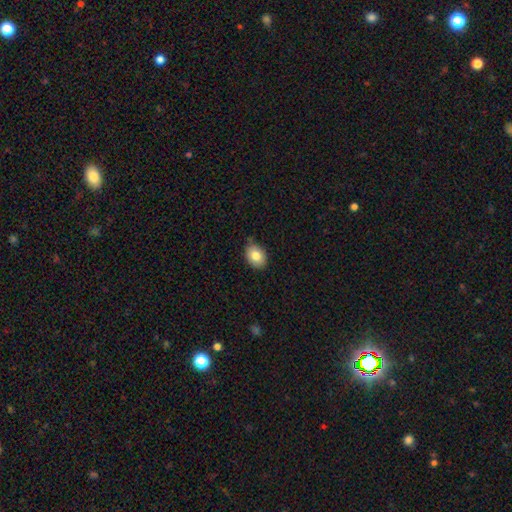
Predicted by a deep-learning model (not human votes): A smooth galaxy with no disk features (82%) that is in between round and cigar-shaped (68%). Merging: none (78%).